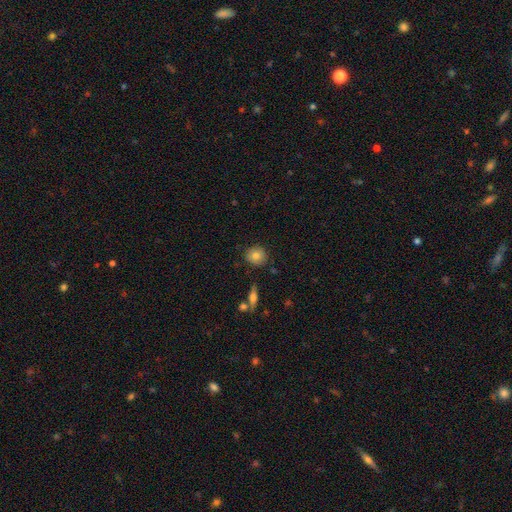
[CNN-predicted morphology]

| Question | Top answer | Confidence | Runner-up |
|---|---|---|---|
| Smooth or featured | smooth | 80% | featured or disk (11%) |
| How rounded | round | 89% | in between (10%) |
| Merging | none | 87% | minor disturbance (8%) |